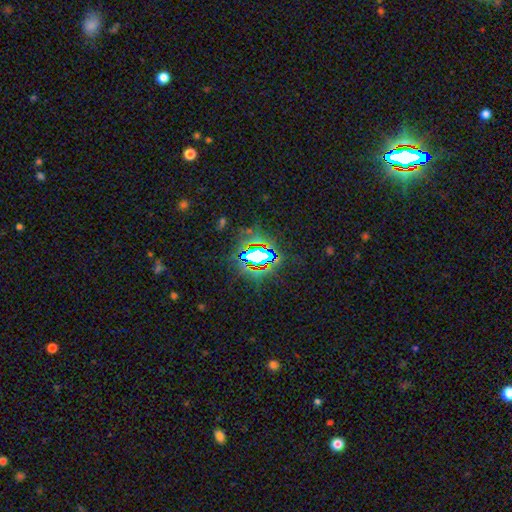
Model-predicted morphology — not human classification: Smooth or featured? star or artifact (74%)